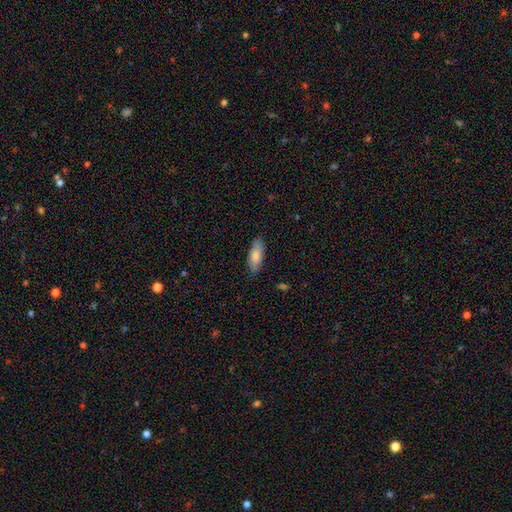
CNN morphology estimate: A smooth galaxy with no disk features (80%) that is in between round and cigar-shaped (66%).

Vote fractions:
- Smooth or featured? smooth: 80% / featured or disk: 14% / star or artifact: 6%
- How rounded? in between: 66% / cigar-shaped: 32% / round: 2%
- Merging? none: 87% / minor disturbance: 10% / major disturbance: 2% / merger: 1%